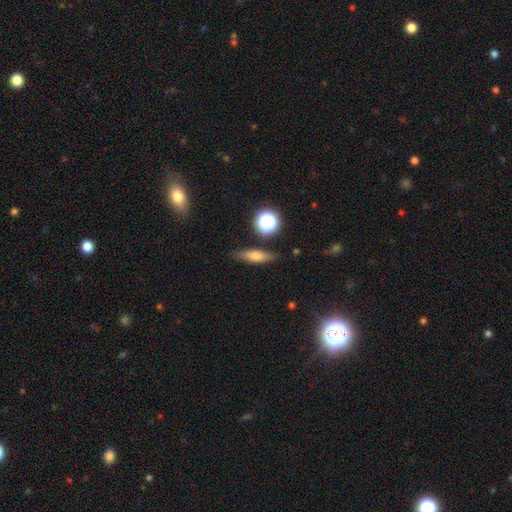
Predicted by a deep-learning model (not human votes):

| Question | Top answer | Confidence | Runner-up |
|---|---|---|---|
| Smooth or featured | smooth | 61% | featured or disk (27%) |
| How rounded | cigar-shaped | 55% | in between (36%) |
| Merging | none | 83% | minor disturbance (12%) |